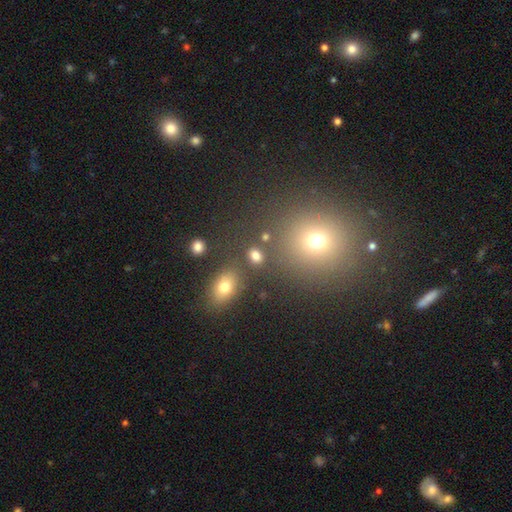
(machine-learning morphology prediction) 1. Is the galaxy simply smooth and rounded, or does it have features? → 77% smooth, 16% star or artifact, 7% featured or disk.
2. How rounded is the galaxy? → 55% in between, 43% round, 2% cigar-shaped.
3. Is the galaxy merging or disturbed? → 79% none, 9% minor disturbance, 8% merger, 4% major disturbance.